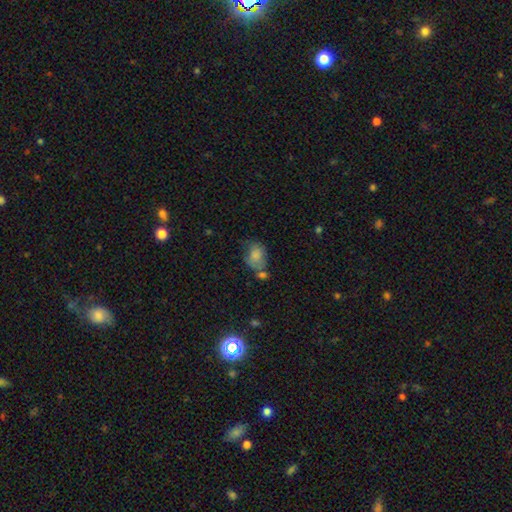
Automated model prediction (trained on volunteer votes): A smooth galaxy with no disk features (76%) that is in between round and cigar-shaped (73%). Merging: none (36%).